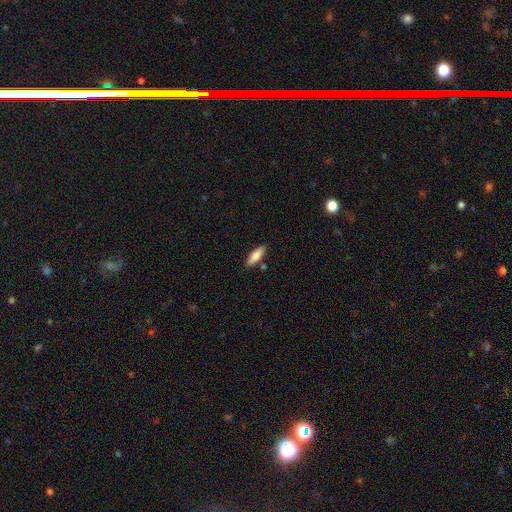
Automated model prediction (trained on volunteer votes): Q: Smooth or featured?
A: smooth (81%); runner-up: featured or disk (13%)
Q: How rounded?
A: in between (54%); runner-up: cigar-shaped (44%)
Q: Merging?
A: none (83%); runner-up: minor disturbance (11%)